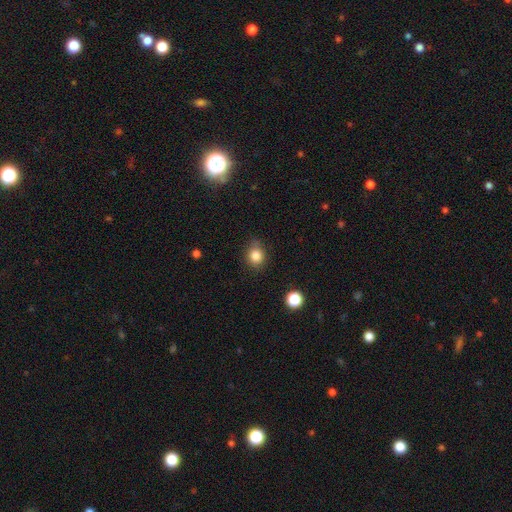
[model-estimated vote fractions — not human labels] Smooth or featured? smooth (84%)
How rounded? round (67%)
Merging? none (77%)